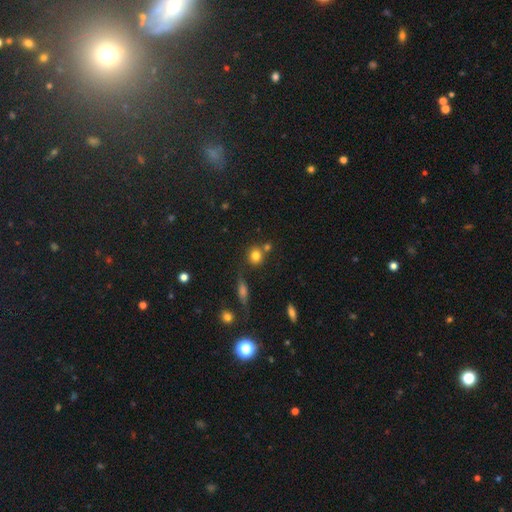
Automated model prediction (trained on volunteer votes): Q: Smooth or featured?
A: smooth (79%); runner-up: star or artifact (13%)
Q: How rounded?
A: round (85%); runner-up: in between (14%)
Q: Merging?
A: none (65%); runner-up: merger (21%)